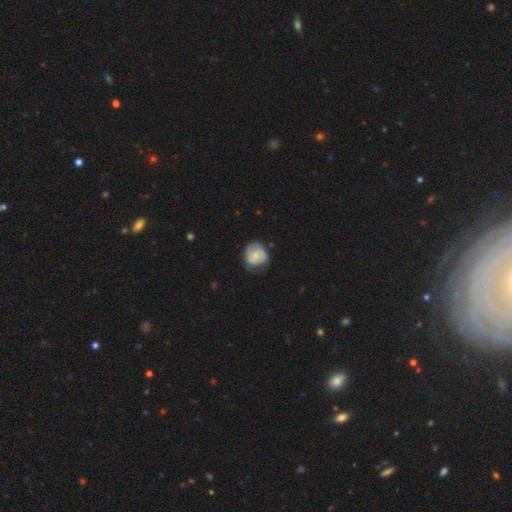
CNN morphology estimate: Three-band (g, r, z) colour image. It shows a smooth galaxy with no disk features (48%). Merging: none (57%).